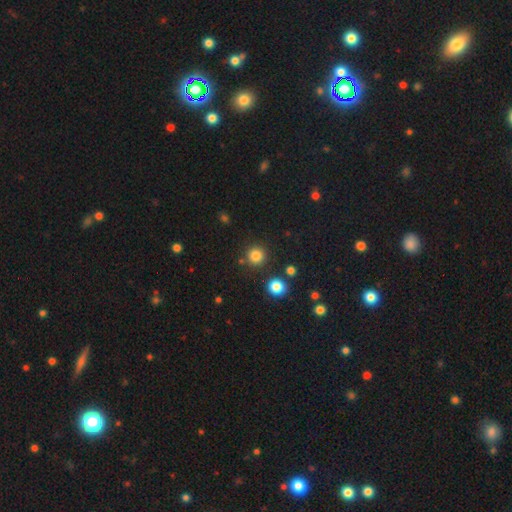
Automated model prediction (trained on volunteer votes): Q: Smooth or featured?
A: smooth (82%); runner-up: star or artifact (14%)
Q: How rounded?
A: round (94%); runner-up: in between (5%)
Q: Merging?
A: none (87%); runner-up: minor disturbance (6%)